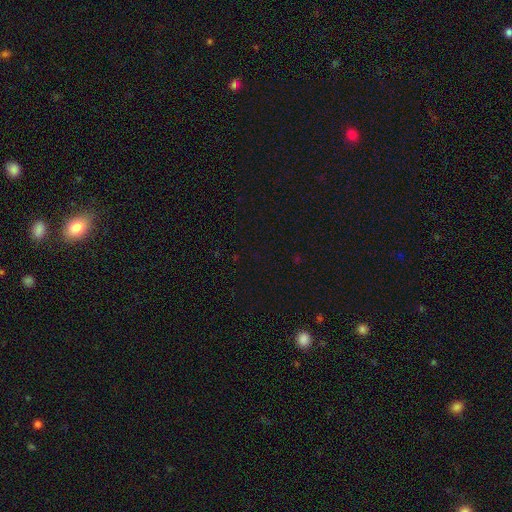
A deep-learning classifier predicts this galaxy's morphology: Q: Smooth or featured?
A: star or artifact (71%); runner-up: smooth (22%)